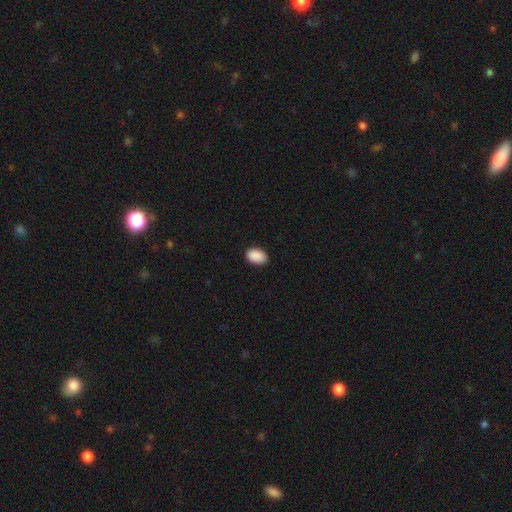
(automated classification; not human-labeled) The model was most divided on "how rounded": in between: 88%, round: 11%, cigar-shaped: 1%. More confident: smooth or featured — smooth (91%); merging — none (88%).